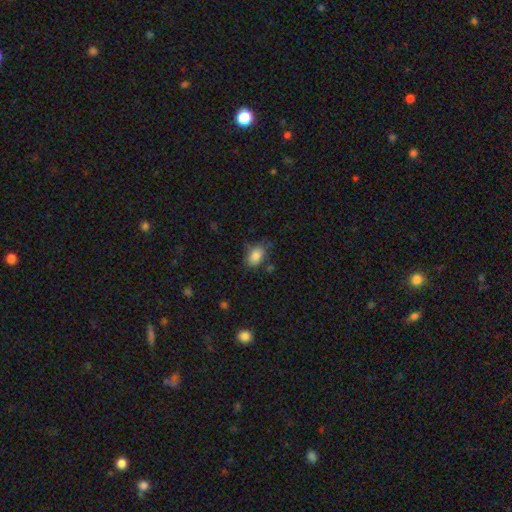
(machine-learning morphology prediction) smooth 85%, star or artifact 9%, featured or disk 6%. Down the decision tree: how rounded — in between (86%); merging — none (65%).